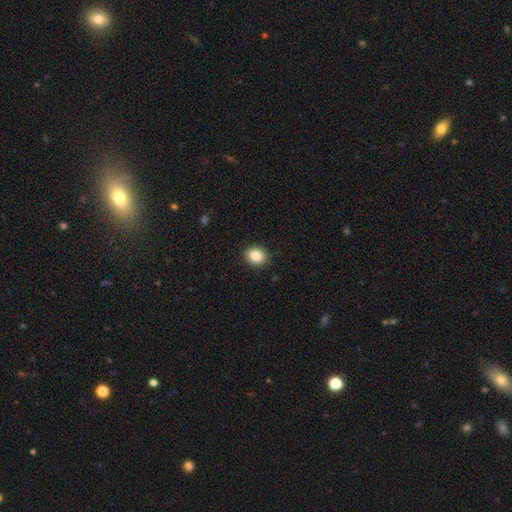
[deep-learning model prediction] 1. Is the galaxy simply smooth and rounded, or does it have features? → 86% smooth, 9% star or artifact, 5% featured or disk.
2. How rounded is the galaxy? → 67% round, 32% in between, 1% cigar-shaped.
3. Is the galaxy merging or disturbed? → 91% none, 6% minor disturbance, 2% major disturbance, 1% merger.